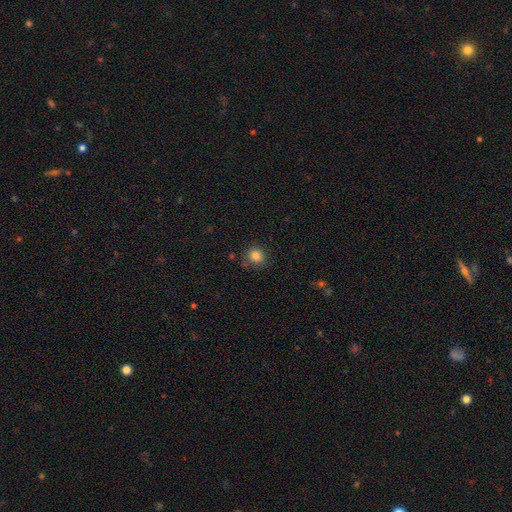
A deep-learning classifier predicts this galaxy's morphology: A smooth galaxy with no disk features (84%) that is round (81%).

Vote fractions:
- Smooth or featured? smooth: 84% / star or artifact: 12% / featured or disk: 5%
- How rounded? round: 81% / in between: 19% / cigar-shaped: 1%
- Merging? none: 81% / minor disturbance: 13% / major disturbance: 4% / merger: 3%